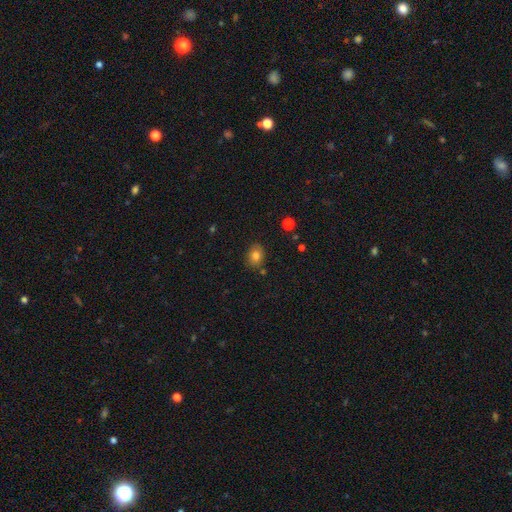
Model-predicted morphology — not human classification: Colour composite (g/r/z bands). It shows a smooth galaxy with no disk features (80%) that is in between round and cigar-shaped (54%). Merging: none (82%).